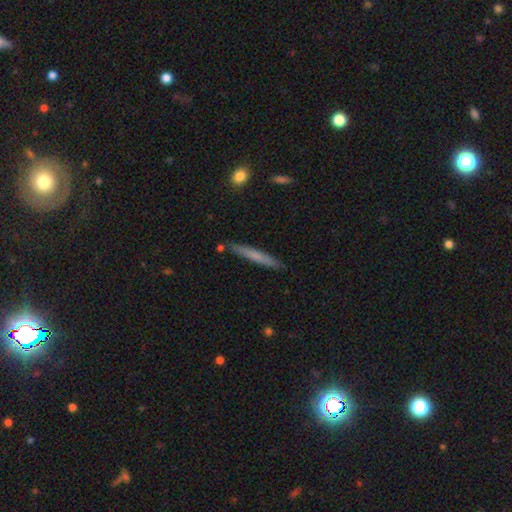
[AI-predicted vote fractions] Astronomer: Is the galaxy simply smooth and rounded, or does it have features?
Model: smooth — 62%.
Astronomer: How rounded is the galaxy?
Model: cigar-shaped — 96%.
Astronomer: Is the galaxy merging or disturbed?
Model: none — 87%.